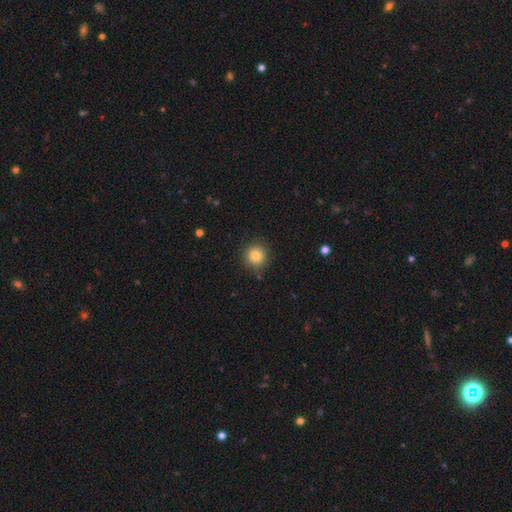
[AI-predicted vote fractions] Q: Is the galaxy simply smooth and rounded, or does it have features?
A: smooth — 82%.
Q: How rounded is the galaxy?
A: round — 93%.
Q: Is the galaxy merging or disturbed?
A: none — 87%.